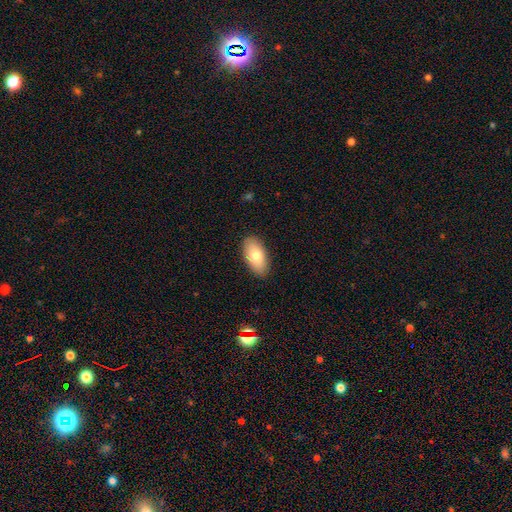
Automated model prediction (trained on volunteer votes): Smooth or featured: smooth — 77% (featured or disk — 17%)
How rounded: in between — 93% (cigar-shaped — 4%)
Merging: none — 88% (minor disturbance — 9%)